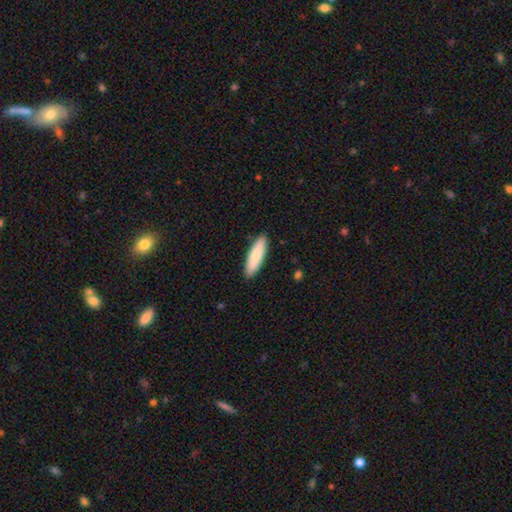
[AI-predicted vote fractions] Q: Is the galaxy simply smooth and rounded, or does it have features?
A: smooth — 84%.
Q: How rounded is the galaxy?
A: cigar-shaped — 59%.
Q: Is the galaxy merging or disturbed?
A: none — 90%.